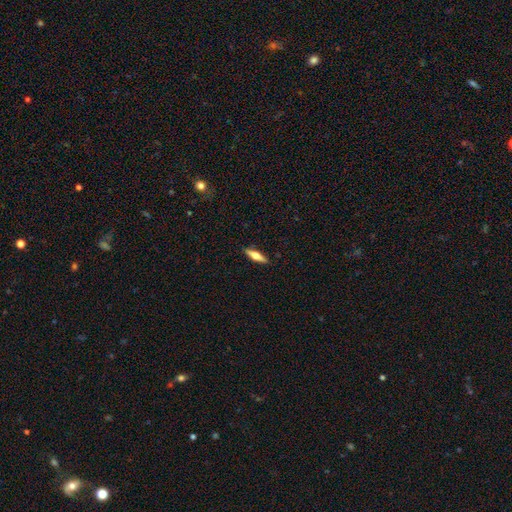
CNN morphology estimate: This is possibly a featured or disk galaxy (49%). Merging: clearly none (90%).